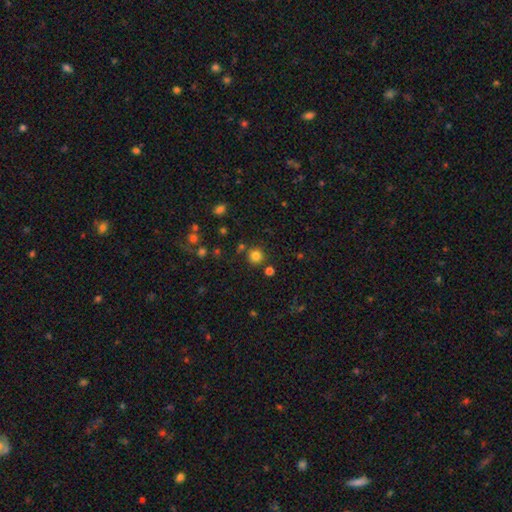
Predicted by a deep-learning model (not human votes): smooth_or_featured: smooth (p=0.79) [alt: star or artifact p=0.15]
how_rounded: round (p=0.93) [alt: in between p=0.06]
merging: none (p=0.82) [alt: minor disturbance p=0.08]